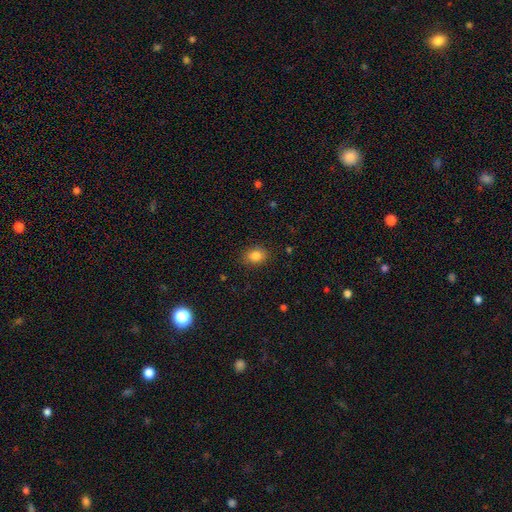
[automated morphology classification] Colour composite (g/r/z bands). It shows a smooth galaxy with no disk features (85%) that is in between round and cigar-shaped (57%). Merging: none (86%).